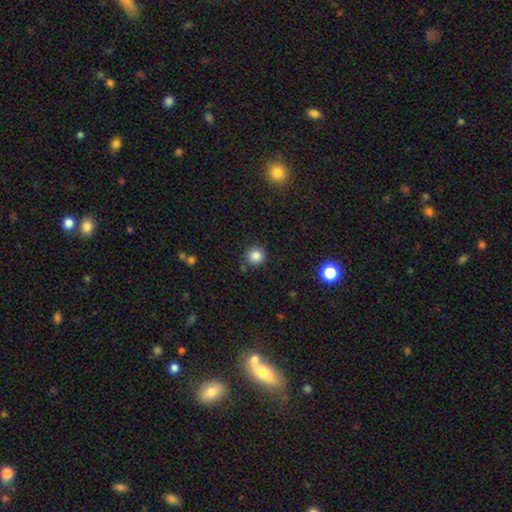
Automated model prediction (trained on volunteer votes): The model was most divided on "smooth or featured": smooth: 85%, star or artifact: 11%, featured or disk: 4%. More confident: how rounded — round (94%); merging — none (86%).